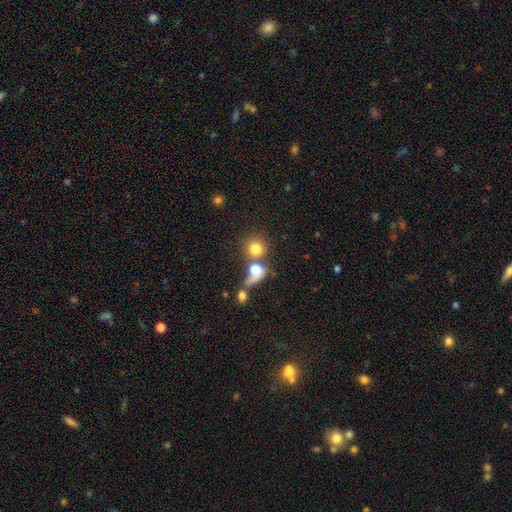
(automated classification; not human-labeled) Smooth or featured: smooth — 59% (star or artifact — 28%)
How rounded: round — 82% (in between — 15%)
Merging: none — 53% (merger — 35%)